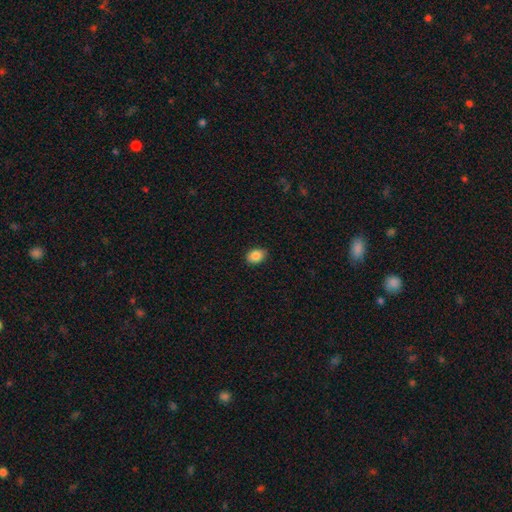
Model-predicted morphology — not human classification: This appears to be a smooth galaxy with no disk features (87%) that is in between round and cigar-shaped (72%). Merging: none (88%).